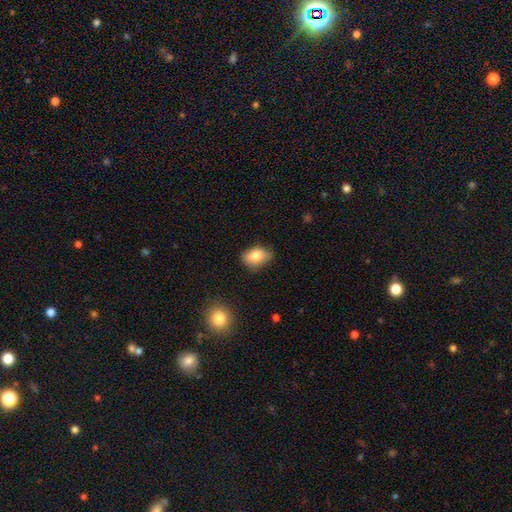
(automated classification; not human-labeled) smooth 81%, featured or disk 11%, star or artifact 8%. Down the decision tree: how rounded — in between (79%); merging — none (67%).